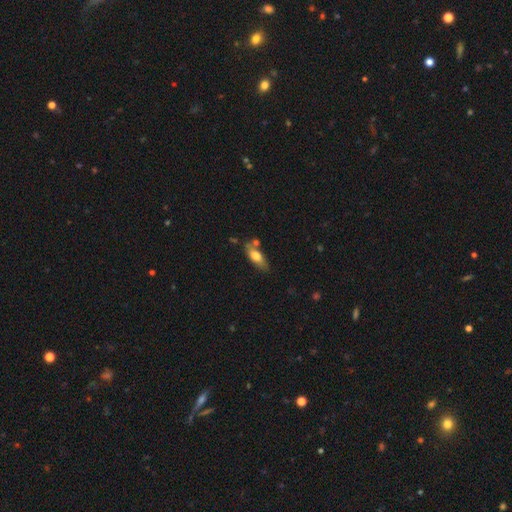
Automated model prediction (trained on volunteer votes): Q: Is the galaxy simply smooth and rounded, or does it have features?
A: smooth — 70%.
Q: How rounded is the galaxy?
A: in between — 73%.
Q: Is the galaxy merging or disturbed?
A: none — 57%.